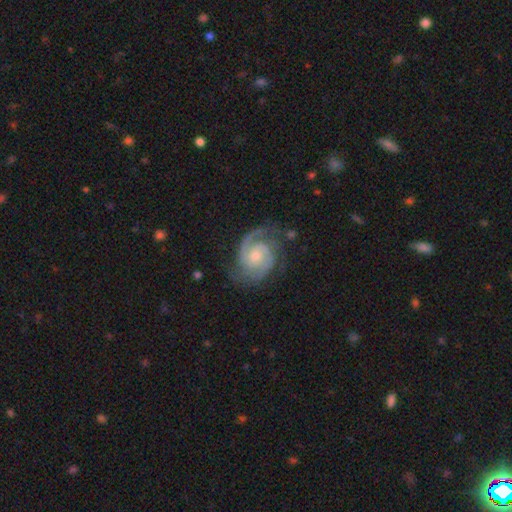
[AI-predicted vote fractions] Smooth or featured? Predicted: featured or disk (p=0.91). Edge-on disk? Predicted: no (p=0.98). Bar? Predicted: no (p=0.63). Spiral arms? Predicted: yes (p=0.98). Spiral winding? Predicted: tight (p=0.53). Spiral arm count? Predicted: 2 (p=0.84). Bulge size? Predicted: moderate (p=0.46, tied with small). Merging? Predicted: none (p=0.74).